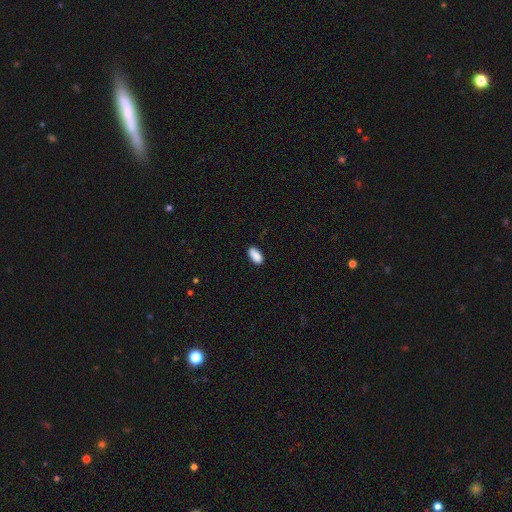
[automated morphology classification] A smooth galaxy with no disk features (89%) that is in between round and cigar-shaped (89%). Merging: none (83%).